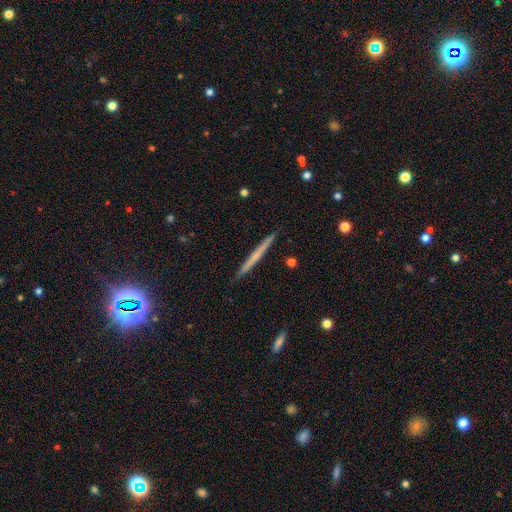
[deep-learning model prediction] A featured or disk galaxy (48%).

Vote fractions:
- Smooth or featured? featured or disk: 48% / smooth: 46% / star or artifact: 7%
- Merging? none: 92% / minor disturbance: 6% / major disturbance: 1% / merger: 1%